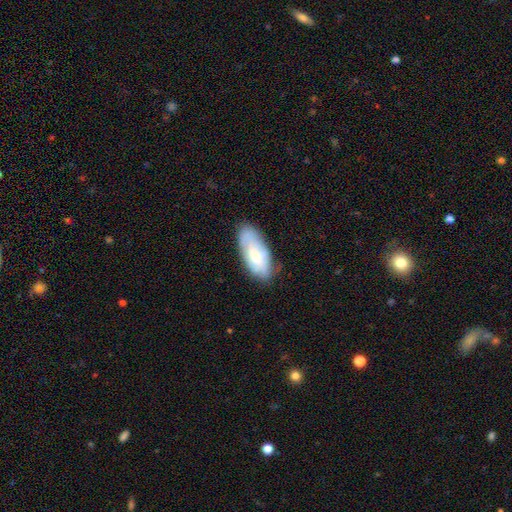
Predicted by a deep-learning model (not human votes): Smooth or featured? smooth (62%)
How rounded? in between (88%)
Merging? none (69%)